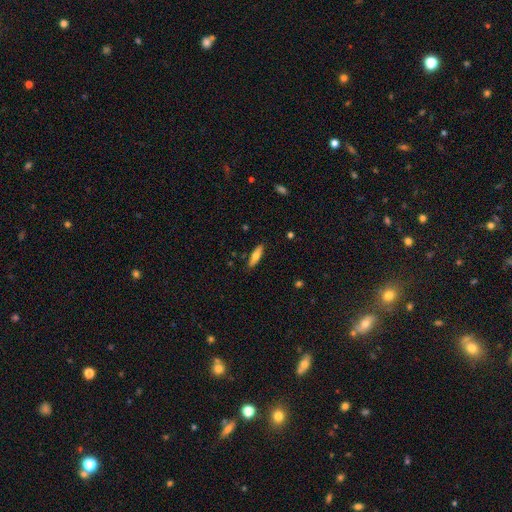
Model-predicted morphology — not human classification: Smooth or featured? smooth (64%)
How rounded? cigar-shaped (60%)
Merging? none (88%)